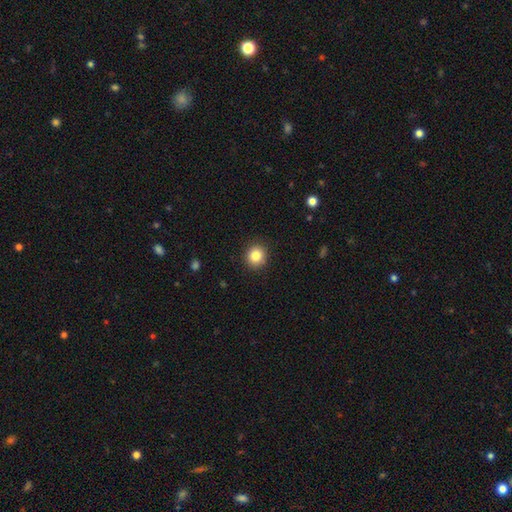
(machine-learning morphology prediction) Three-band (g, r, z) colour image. It shows a smooth galaxy with no disk features (84%) that is round (87%). Merging: none (91%).